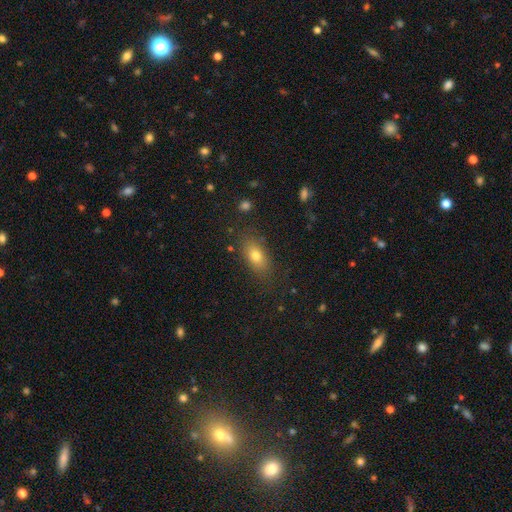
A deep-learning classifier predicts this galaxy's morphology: This appears to be a smooth galaxy with no disk features (76%) that is in between round and cigar-shaped (82%). Merging: none (81%).